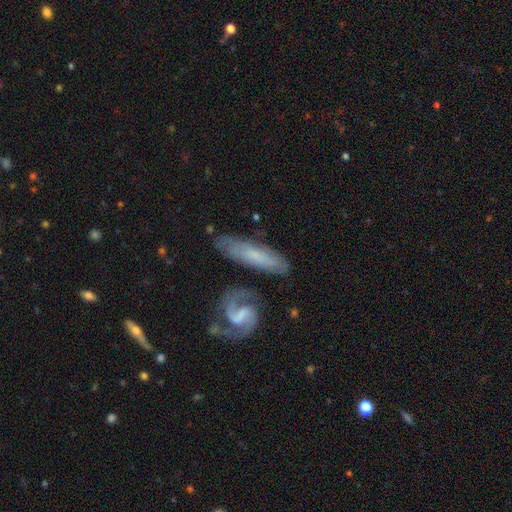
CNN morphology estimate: Smooth or featured?
  - featured or disk: 53% *
  - smooth: 39%
  - star or artifact: 8%
Edge-on disk?
  - no: 72% *
  - yes: 28%
Merging?
  - none: 67% *
  - minor disturbance: 18%
  - merger: 8%
  - major disturbance: 7%